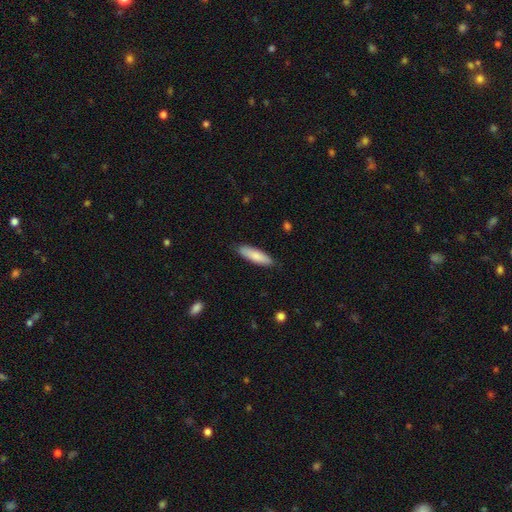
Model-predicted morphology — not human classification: smooth_or_featured: smooth (p=0.83) [alt: featured or disk p=0.11]
how_rounded: cigar-shaped (p=0.58) [alt: in between p=0.41]
merging: none (p=0.86) [alt: minor disturbance p=0.11]